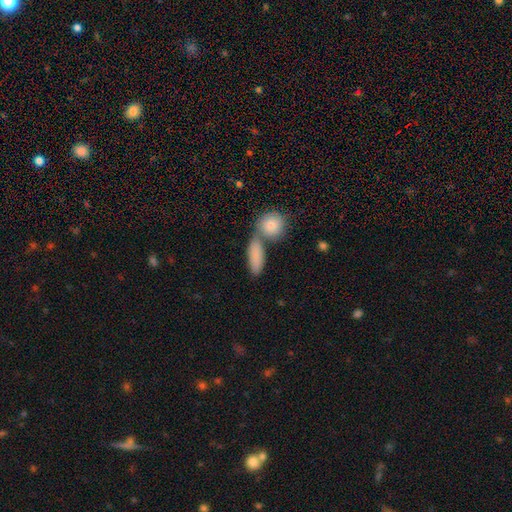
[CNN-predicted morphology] Smooth or featured? smooth (85%)
How rounded? in between (68%)
Merging? none (50%)